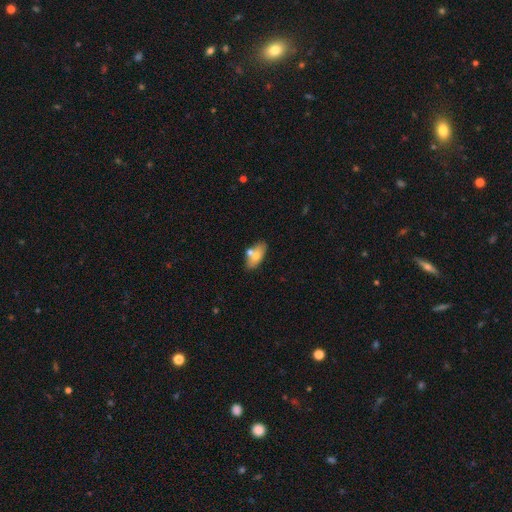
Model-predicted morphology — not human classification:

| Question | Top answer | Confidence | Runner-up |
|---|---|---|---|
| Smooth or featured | smooth | 66% | featured or disk (27%) |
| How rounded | in between | 86% | cigar-shaped (9%) |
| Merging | none | 60% | merger (21%) |